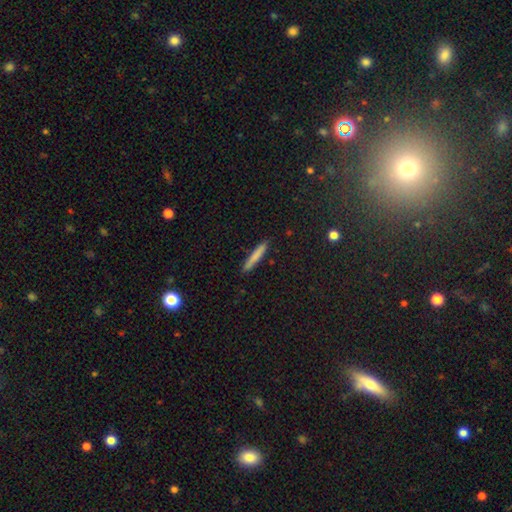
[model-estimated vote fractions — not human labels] This appears to be a smooth galaxy with no disk features (77%) that is cigar-shaped (94%). Merging: none (89%).